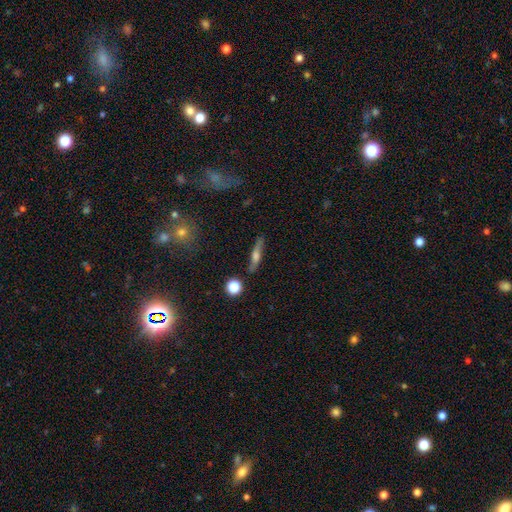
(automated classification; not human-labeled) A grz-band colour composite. It shows a featured or disk galaxy (54%) viewed edge-on (88%). Merging: none (83%).